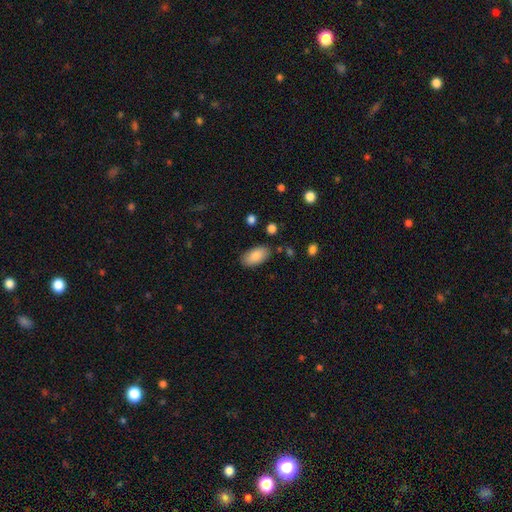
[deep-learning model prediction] This appears to be a smooth galaxy with no disk features (84%) that is in between round and cigar-shaped (93%). Merging: none (83%).